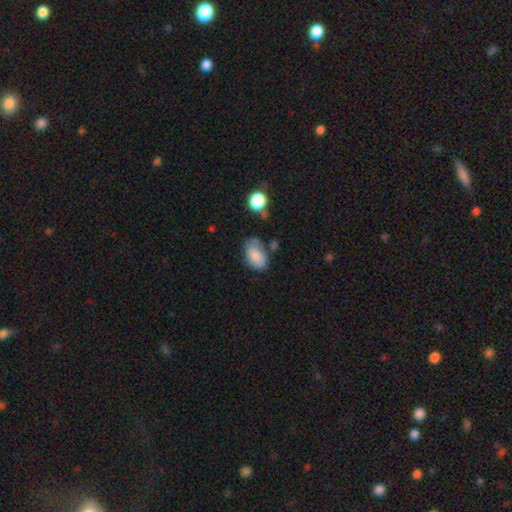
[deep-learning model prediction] Morphology: type=smooth (83%); roundness=in between (91%); merging=none (59%).